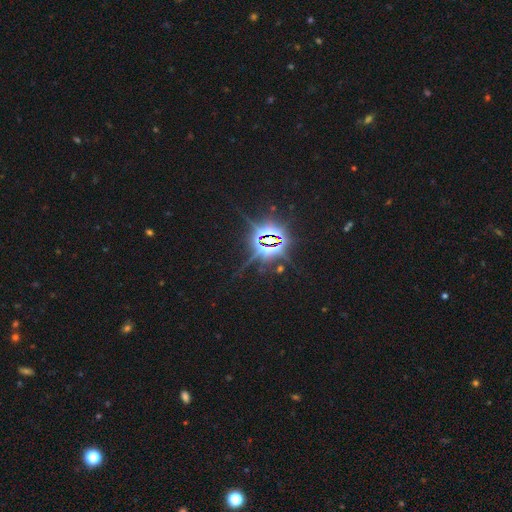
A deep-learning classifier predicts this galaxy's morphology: Smooth or featured: star or artifact — 87% (smooth — 7%)